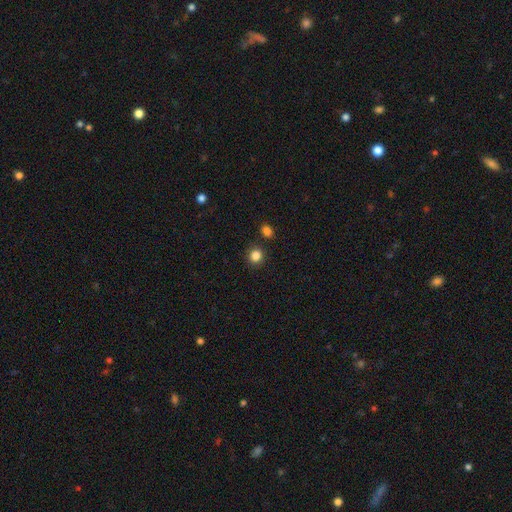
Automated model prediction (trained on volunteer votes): Smooth or featured: smooth — 85% (star or artifact — 12%)
How rounded: round — 87% (in between — 12%)
Merging: none — 86% (minor disturbance — 7%)